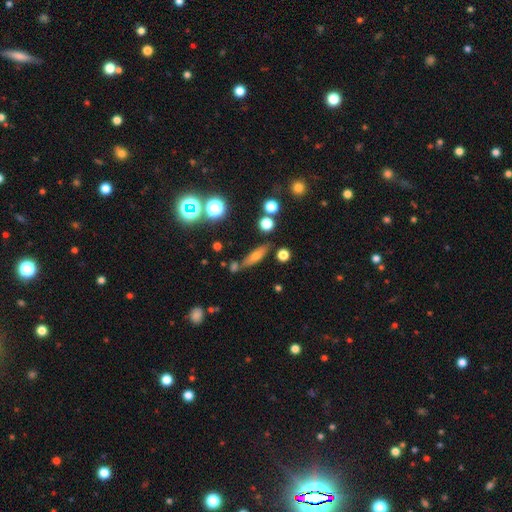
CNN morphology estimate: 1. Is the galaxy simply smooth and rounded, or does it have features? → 55% smooth, 30% featured or disk, 15% star or artifact.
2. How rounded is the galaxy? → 57% cigar-shaped, 37% in between, 6% round.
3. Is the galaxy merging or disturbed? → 71% none, 15% minor disturbance, 10% merger, 4% major disturbance.